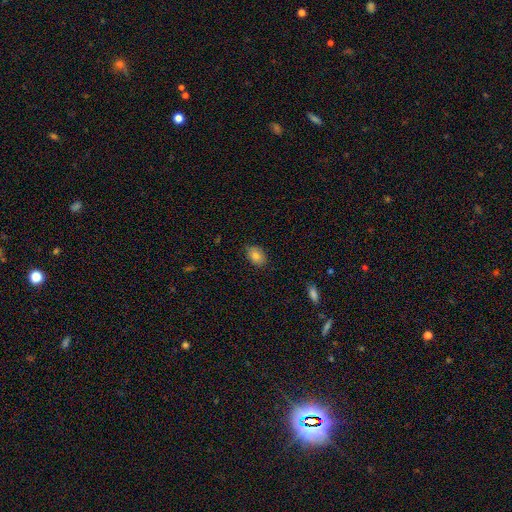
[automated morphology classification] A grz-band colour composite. It shows a smooth galaxy with no disk features (82%) that is in between round and cigar-shaped (74%). Merging: none (81%).